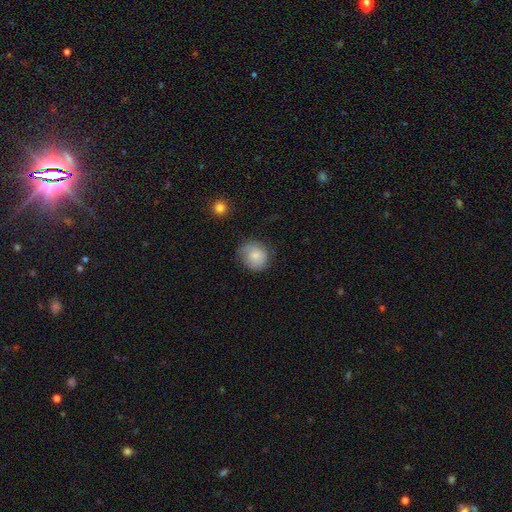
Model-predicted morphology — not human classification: A smooth galaxy with no disk features (69%) that is round (79%). Merging: none (68%).